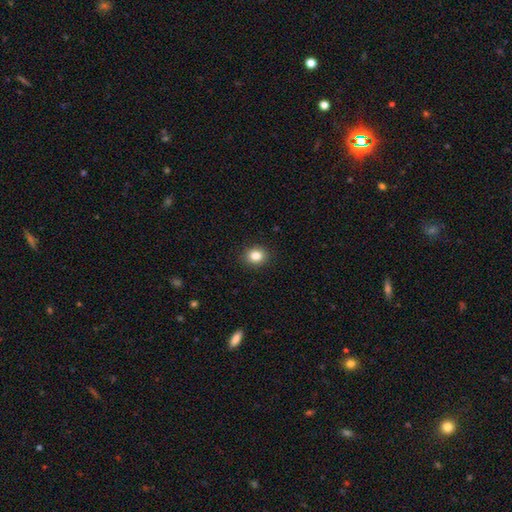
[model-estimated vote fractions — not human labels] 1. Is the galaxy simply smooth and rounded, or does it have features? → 84% smooth, 10% star or artifact, 6% featured or disk.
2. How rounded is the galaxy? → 69% round, 30% in between, 1% cigar-shaped.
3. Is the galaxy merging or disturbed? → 90% none, 7% minor disturbance, 2% major disturbance, 1% merger.